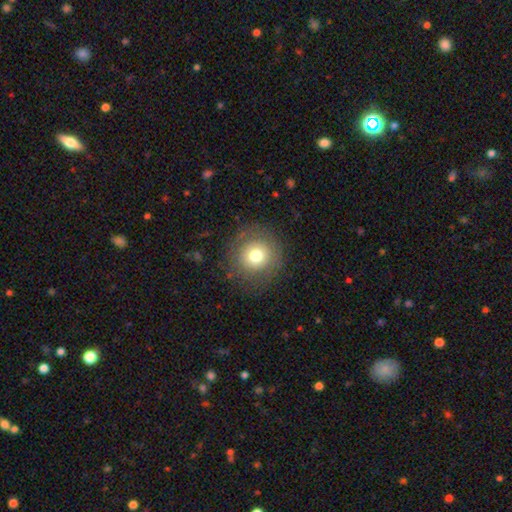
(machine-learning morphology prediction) Smooth or featured? Predicted: smooth (p=0.71). How rounded? Predicted: round (p=0.94). Merging? Predicted: none (p=0.84).